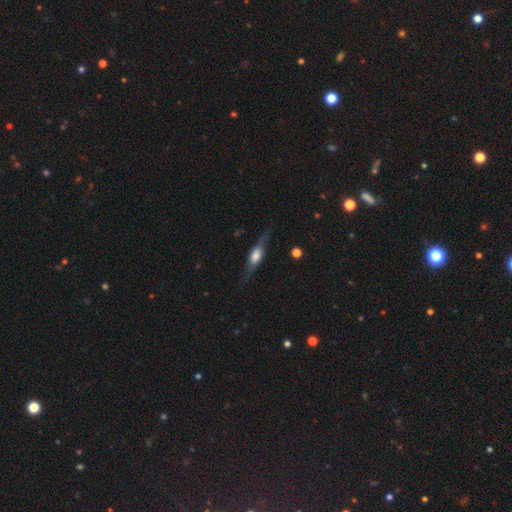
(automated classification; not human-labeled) Smooth or featured? Predicted: featured or disk (p=0.62). Edge-on disk? Predicted: yes (p=0.87). Edge-on bulge? Predicted: rounded (p=0.75). Merging? Predicted: none (p=0.76).